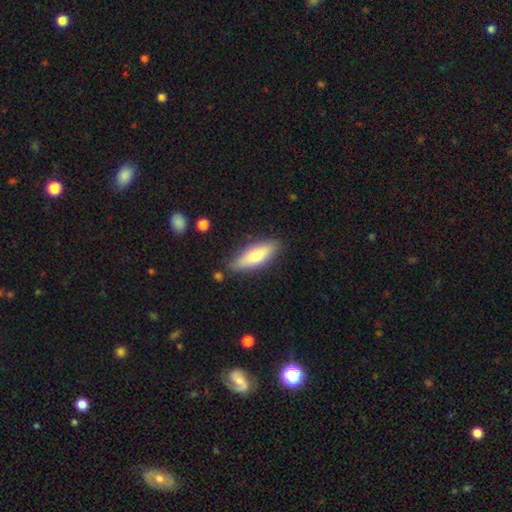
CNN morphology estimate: type=smooth (74%); roundness=in between (52%); merging=none (82%).